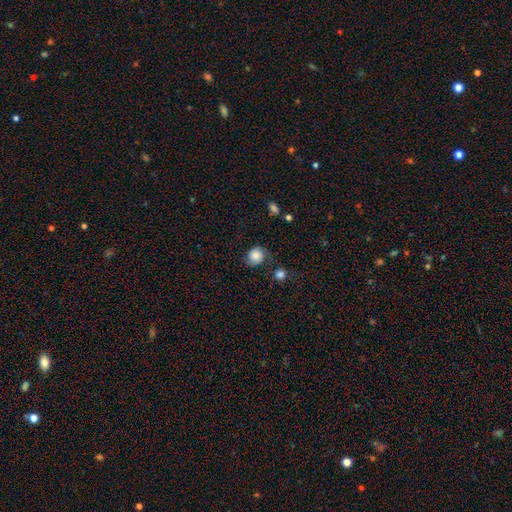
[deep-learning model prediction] The model was most divided on "smooth or featured": smooth: 62%, featured or disk: 29%, star or artifact: 9%. More confident: how rounded — round (73%); merging — none (61%).